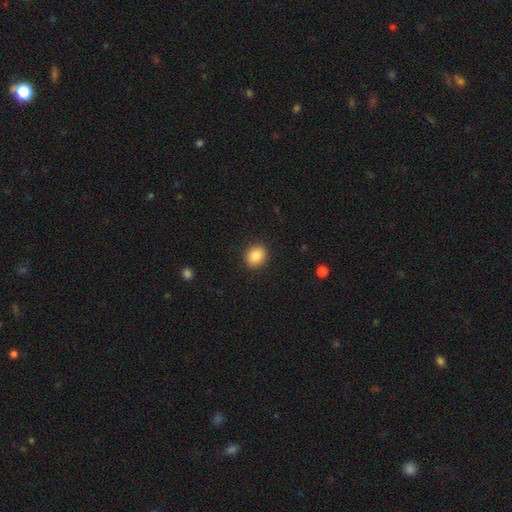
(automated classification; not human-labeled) Smooth or featured?
  - smooth: 87% *
  - star or artifact: 8%
  - featured or disk: 5%
How rounded?
  - round: 65% *
  - in between: 34%
  - cigar-shaped: 1%
Merging?
  - none: 91% *
  - minor disturbance: 6%
  - major disturbance: 2%
  - merger: 1%